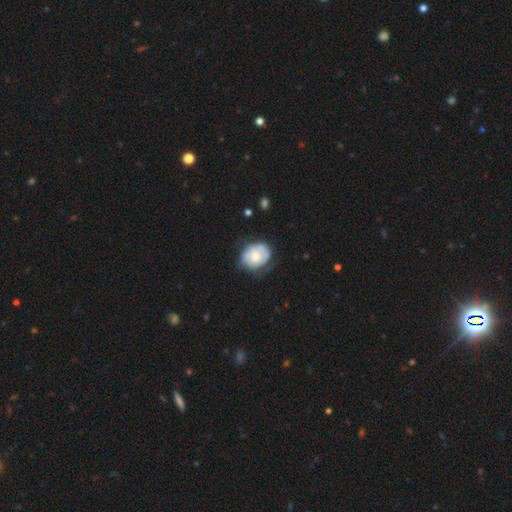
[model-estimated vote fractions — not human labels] Smooth or featured?
  - smooth: 54% *
  - featured or disk: 39%
  - star or artifact: 7%
How rounded?
  - round: 58% *
  - in between: 41%
  - cigar-shaped: 1%
Merging?
  - none: 55% *
  - minor disturbance: 31%
  - major disturbance: 11%
  - merger: 3%